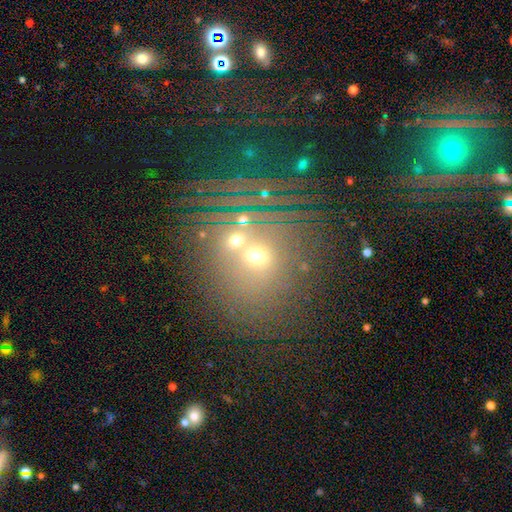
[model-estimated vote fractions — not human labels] A smooth galaxy with no disk features (48%).

Vote fractions:
- Smooth or featured? smooth: 48% / star or artifact: 33% / featured or disk: 20%
- Merging? none: 46% / merger: 37% / minor disturbance: 10% / major disturbance: 7%